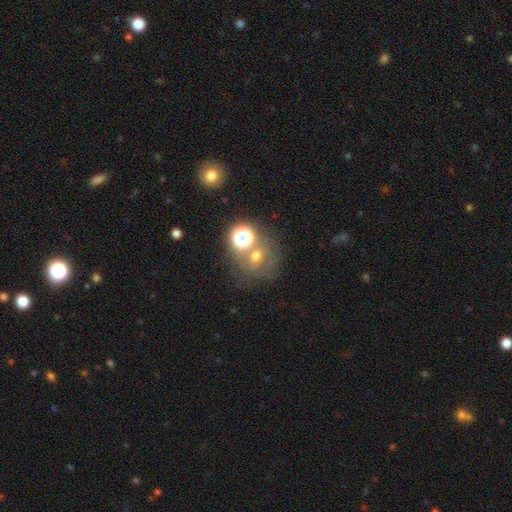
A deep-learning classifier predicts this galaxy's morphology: smooth-or-featured: smooth: 47% | star or artifact: 28% | featured or disk: 24%
  merging: none: 49% | merger: 25% | minor disturbance: 13% | major disturbance: 12%